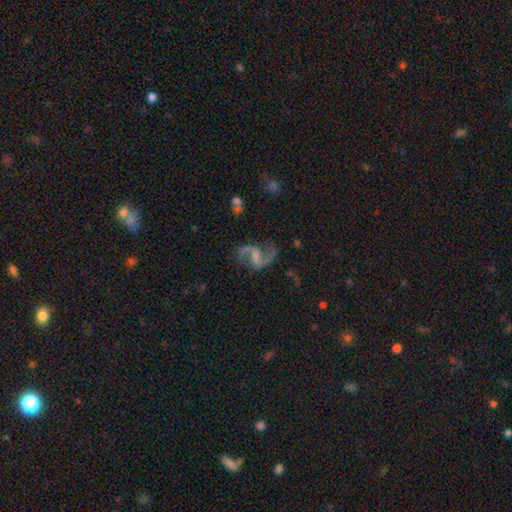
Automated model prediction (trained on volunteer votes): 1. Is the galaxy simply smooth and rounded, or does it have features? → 90% featured or disk, 6% star or artifact, 4% smooth.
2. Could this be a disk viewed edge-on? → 98% no, 2% yes.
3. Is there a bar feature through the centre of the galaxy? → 51% weak, 29% no, 20% strong.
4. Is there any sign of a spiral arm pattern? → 97% yes, 3% no.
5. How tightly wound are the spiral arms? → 65% loose, 30% medium, 5% tight.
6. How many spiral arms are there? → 94% 2, 2% 1, 1% can't tell, 1% 3, 1% 4, 1% more than 4.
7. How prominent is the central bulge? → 42% small, 28% none, 25% moderate, 3% large, 1% dominant.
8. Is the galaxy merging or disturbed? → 75% none, 14% minor disturbance, 9% major disturbance, 3% merger.